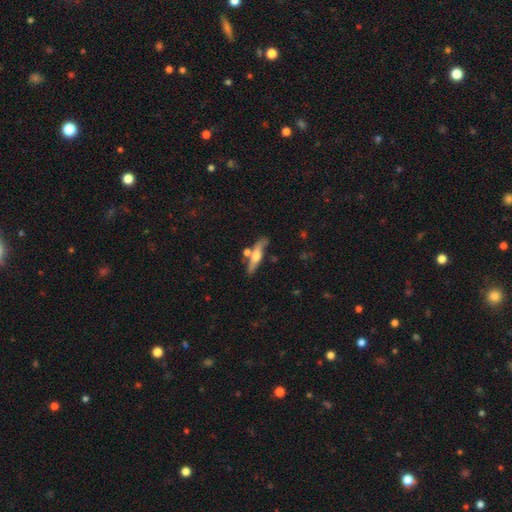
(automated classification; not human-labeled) Overall: featured or disk (53%; smooth 41%). Edge-on disk: yes (86%). Merging: none (66%).